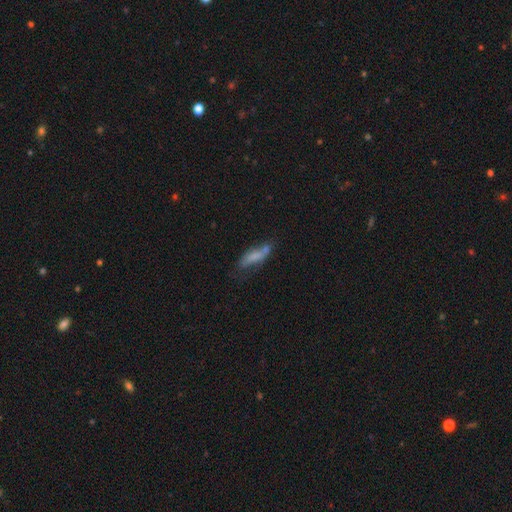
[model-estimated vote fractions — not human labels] A smooth galaxy with no disk features (65%) that is cigar-shaped (55%).

Vote fractions:
- Smooth or featured? smooth: 65% / featured or disk: 26% / star or artifact: 10%
- How rounded? cigar-shaped: 55% / in between: 43% / round: 2%
- Merging? none: 42% / minor disturbance: 27% / merger: 16% / major disturbance: 15%